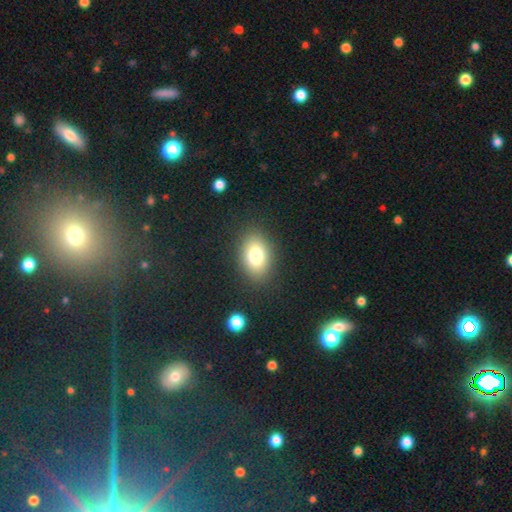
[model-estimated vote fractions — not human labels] Overall: smooth (76%). How rounded: in between (78%). Merging: none (86%).